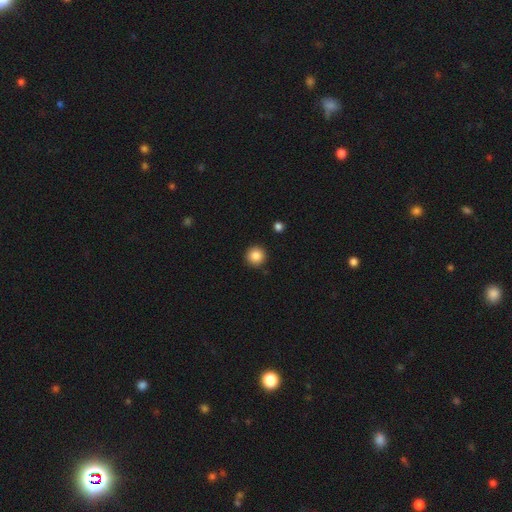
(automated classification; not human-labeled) Smooth or featured? Predicted: smooth (p=0.86). How rounded? Predicted: round (p=0.96). Merging? Predicted: none (p=0.91).